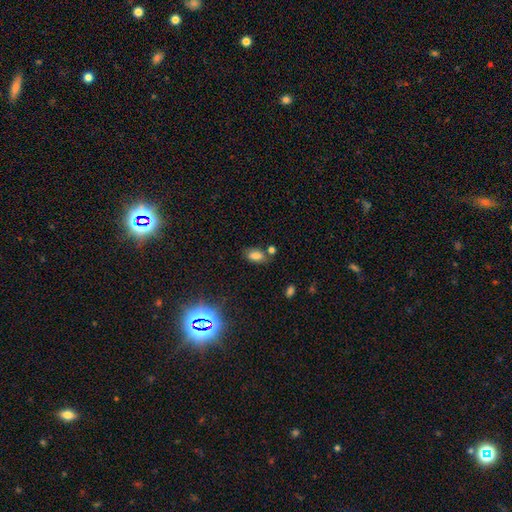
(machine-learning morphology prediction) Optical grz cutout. It shows a smooth galaxy with no disk features (73%) that is in between round and cigar-shaped (89%). Merging: none (67%).